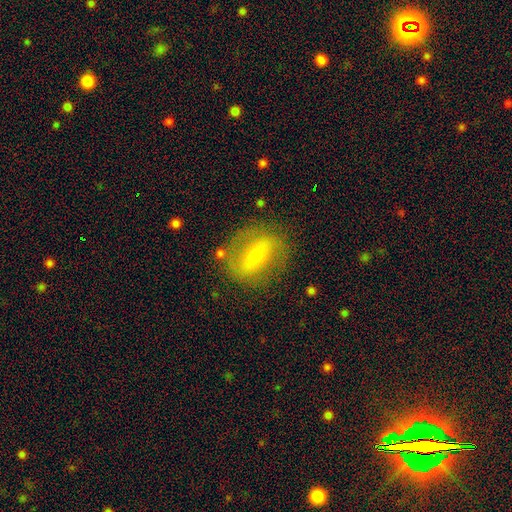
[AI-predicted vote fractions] Smooth or featured? featured or disk (55%)
Edge-on disk? no (87%)
Merging? none (78%)